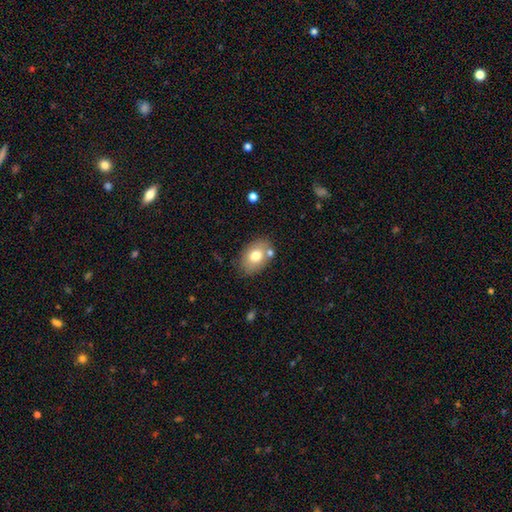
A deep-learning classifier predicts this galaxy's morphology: Q: Smooth or featured?
A: smooth (73%); runner-up: featured or disk (18%)
Q: How rounded?
A: in between (80%); runner-up: round (19%)
Q: Merging?
A: none (73%); runner-up: minor disturbance (14%)